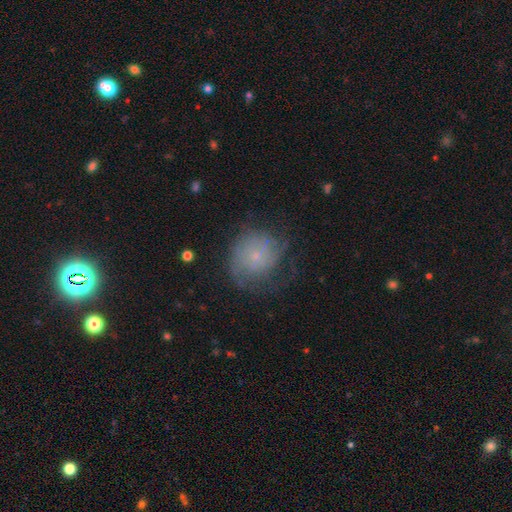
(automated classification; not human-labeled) smooth-or-featured: featured or disk: 46% | smooth: 43% | star or artifact: 11%
  merging: none: 52% | minor disturbance: 24% | major disturbance: 22% | merger: 2%